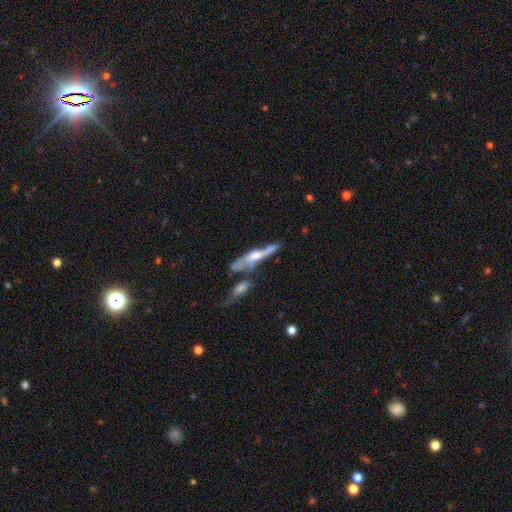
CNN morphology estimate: The model was most divided on "merging": none: 35%, merger: 33%, minor disturbance: 18%, major disturbance: 14%. More confident: edge-on bulge — rounded (81%); edge-on disk — yes (76%); smooth or featured — featured or disk (66%).